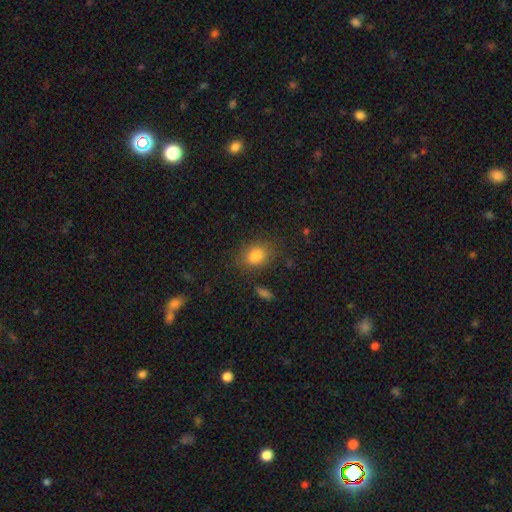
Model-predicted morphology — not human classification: Smooth or featured: smooth — 83% (star or artifact — 10%)
How rounded: in between — 58% (round — 41%)
Merging: none — 80% (minor disturbance — 13%)